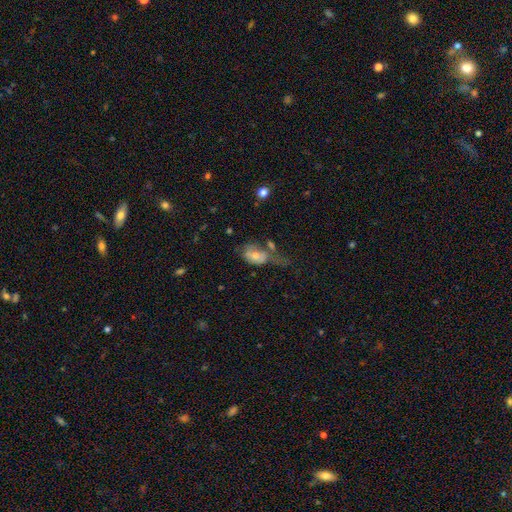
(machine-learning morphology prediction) A smooth galaxy with no disk features (51%) that is in between round and cigar-shaped (83%).

Vote fractions:
- Smooth or featured? smooth: 51% / featured or disk: 37% / star or artifact: 12%
- How rounded? in between: 83% / round: 14% / cigar-shaped: 3%
- Merging? major disturbance: 34% / none: 24% / minor disturbance: 24% / merger: 18%